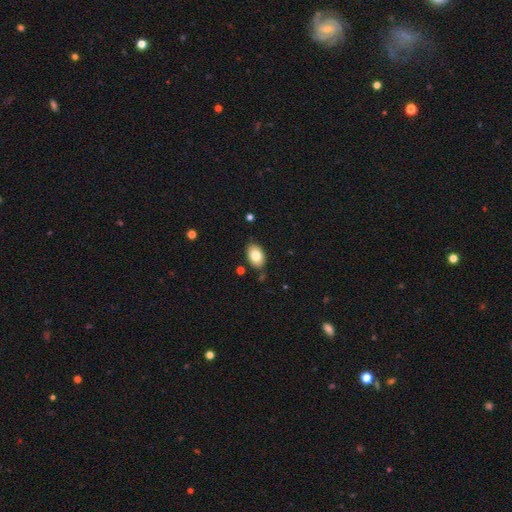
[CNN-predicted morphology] Smooth or featured? smooth (80%)
How rounded? in between (87%)
Merging? none (83%)